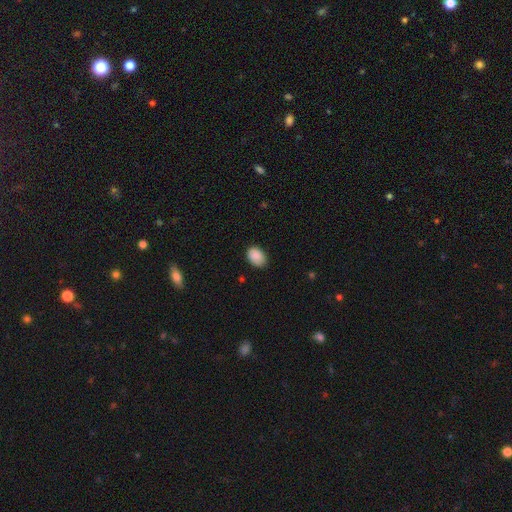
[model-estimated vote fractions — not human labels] Q: Smooth or featured?
A: smooth (88%); runner-up: star or artifact (8%)
Q: How rounded?
A: in between (80%); runner-up: round (19%)
Q: Merging?
A: none (80%); runner-up: minor disturbance (17%)